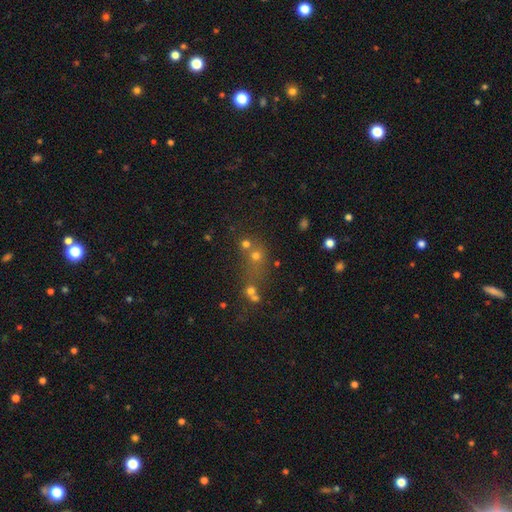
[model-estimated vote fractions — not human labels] Smooth or featured?
  - smooth: 49% *
  - star or artifact: 34%
  - featured or disk: 16%
Merging?
  - merger: 43% *
  - none: 42%
  - minor disturbance: 8%
  - major disturbance: 7%